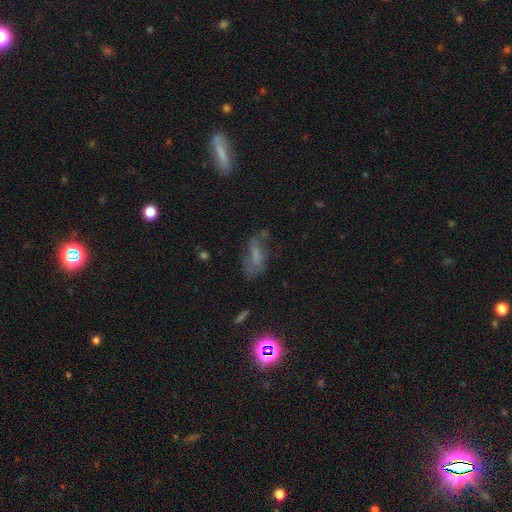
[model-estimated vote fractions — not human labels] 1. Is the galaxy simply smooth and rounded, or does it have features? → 47% smooth, 31% featured or disk, 21% star or artifact.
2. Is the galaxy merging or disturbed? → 48% none, 26% minor disturbance, 22% major disturbance, 5% merger.